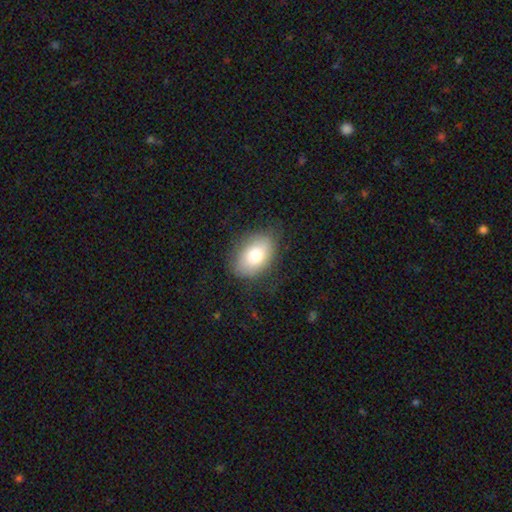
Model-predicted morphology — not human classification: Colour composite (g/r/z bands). It shows a smooth galaxy with no disk features (78%) that is in between round and cigar-shaped (85%). Merging: none (76%).